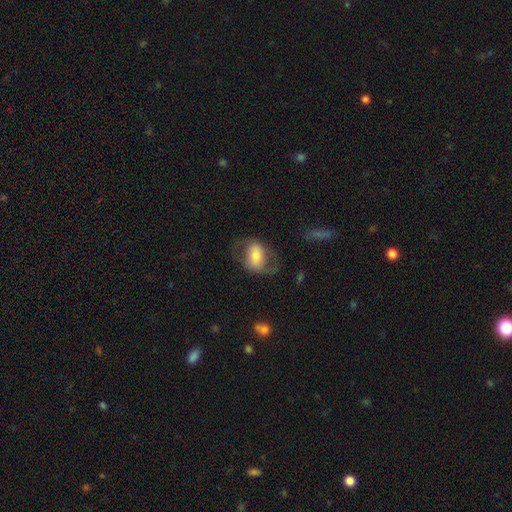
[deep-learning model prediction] This is possibly a smooth galaxy (49%). Merging: possibly none (56%).